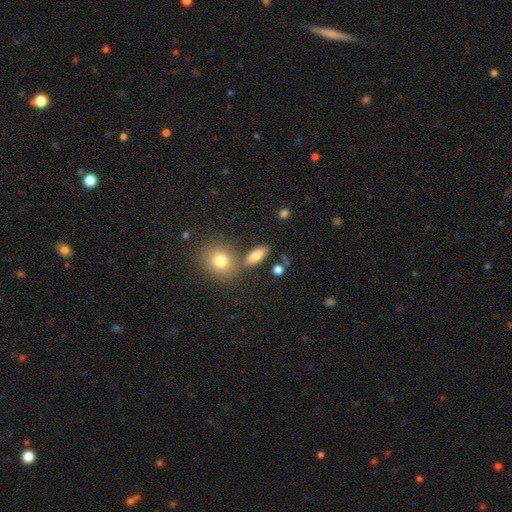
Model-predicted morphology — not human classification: This appears to be a smooth galaxy with no disk features (78%) that is in between round and cigar-shaped (69%). Merging: none (72%).